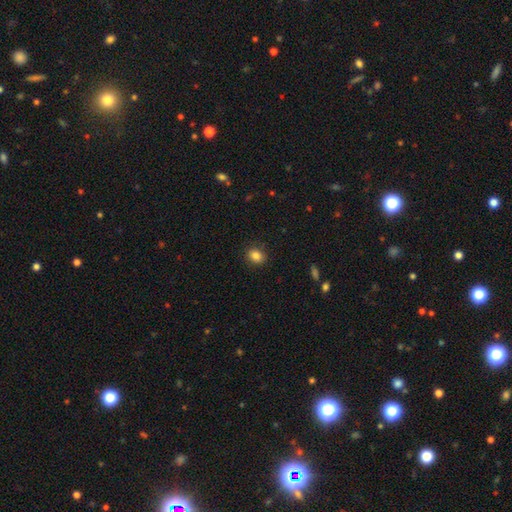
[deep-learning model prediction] Smooth or featured?
  - smooth: 85% *
  - star or artifact: 10%
  - featured or disk: 5%
How rounded?
  - in between: 51% *
  - round: 48%
  - cigar-shaped: 1%
Merging?
  - none: 88% *
  - minor disturbance: 9%
  - major disturbance: 2%
  - merger: 1%